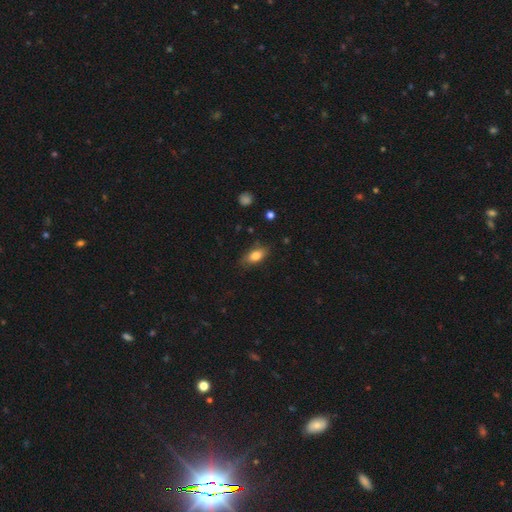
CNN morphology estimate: Smooth or featured: smooth — 81% (featured or disk — 12%)
How rounded: in between — 86% (cigar-shaped — 9%)
Merging: none — 78% (minor disturbance — 17%)